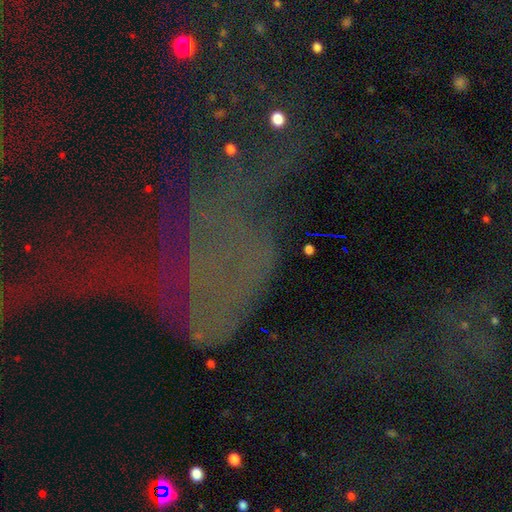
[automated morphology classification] smooth-or-featured: star or artifact: 60% | featured or disk: 22% | smooth: 18%